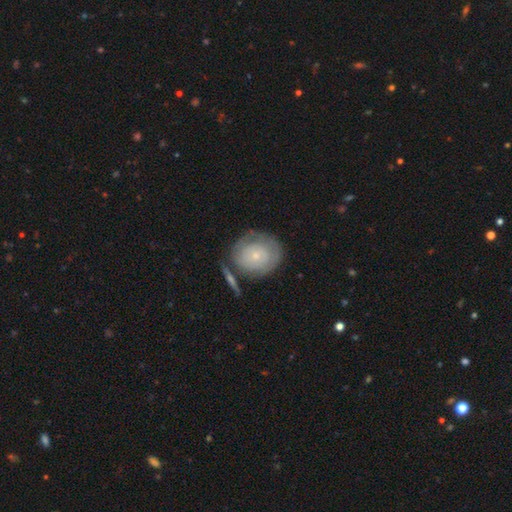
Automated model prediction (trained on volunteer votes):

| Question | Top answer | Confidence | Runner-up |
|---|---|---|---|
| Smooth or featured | smooth | 54% | featured or disk (39%) |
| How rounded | round | 71% | in between (28%) |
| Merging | none | 63% | minor disturbance (19%) |